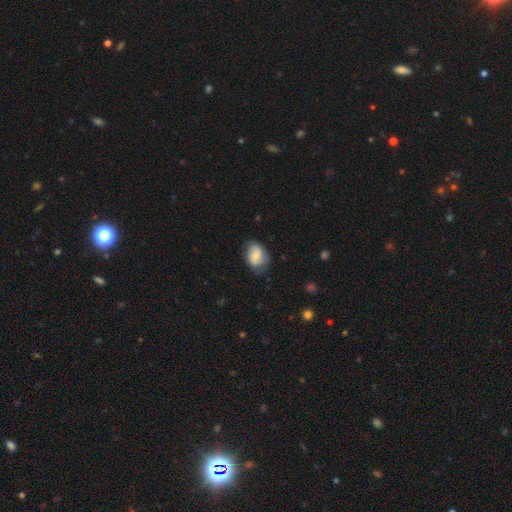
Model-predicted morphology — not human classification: The model was most divided on "smooth or featured": smooth: 59%, featured or disk: 33%, star or artifact: 7%. More confident: how rounded — in between (77%); merging — none (64%).